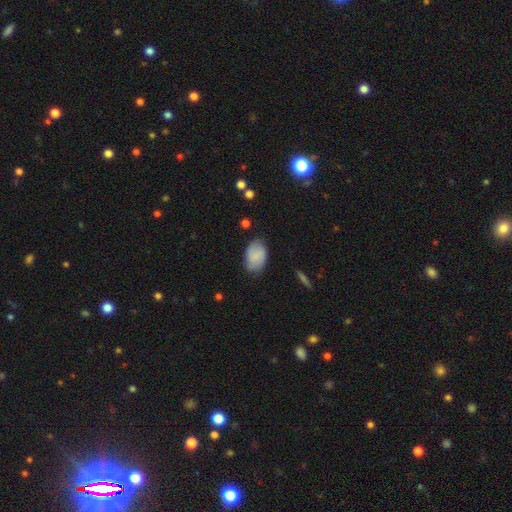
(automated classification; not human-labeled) Q: Smooth or featured?
A: smooth (69%); runner-up: featured or disk (23%)
Q: How rounded?
A: in between (87%); runner-up: round (12%)
Q: Merging?
A: none (77%); runner-up: minor disturbance (17%)